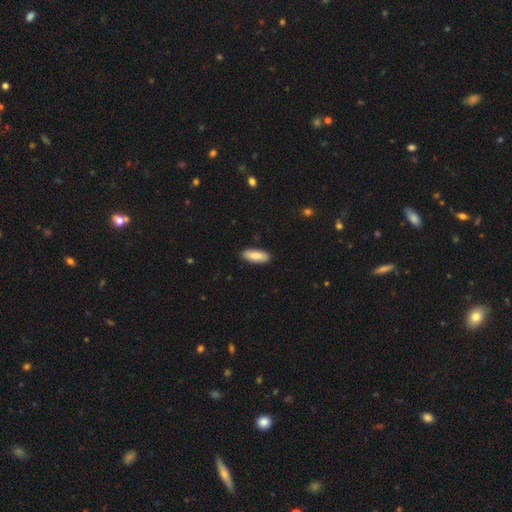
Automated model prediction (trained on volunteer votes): This appears to be a smooth galaxy with no disk features (82%) that is in between round and cigar-shaped (77%). Merging: none (89%).